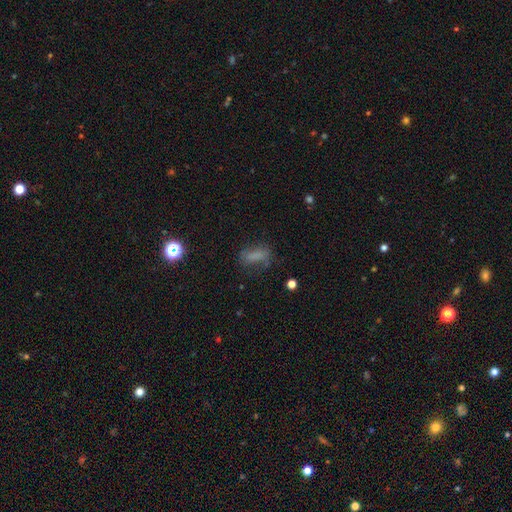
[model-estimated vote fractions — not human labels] smooth 65%, star or artifact 17%, featured or disk 17%. Down the decision tree: how rounded — in between (70%); merging — none (55%).